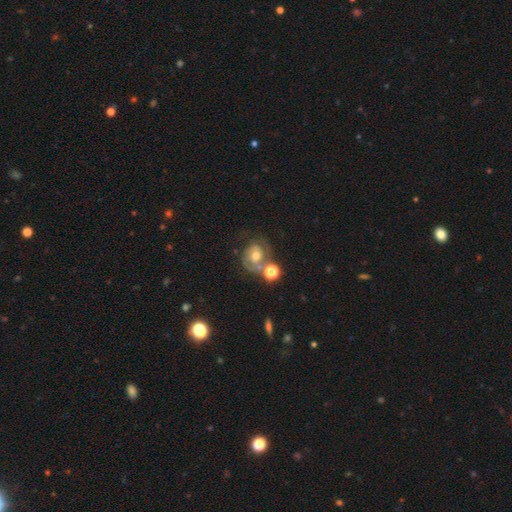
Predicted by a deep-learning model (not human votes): Smooth or featured? Predicted: featured or disk (p=0.56). Edge-on disk? Predicted: no (p=0.97). Bar? Predicted: no (p=0.70). Spiral arms? Predicted: yes (p=0.74). Bulge size? Predicted: moderate (p=0.65). Merging? Predicted: none (p=0.41).